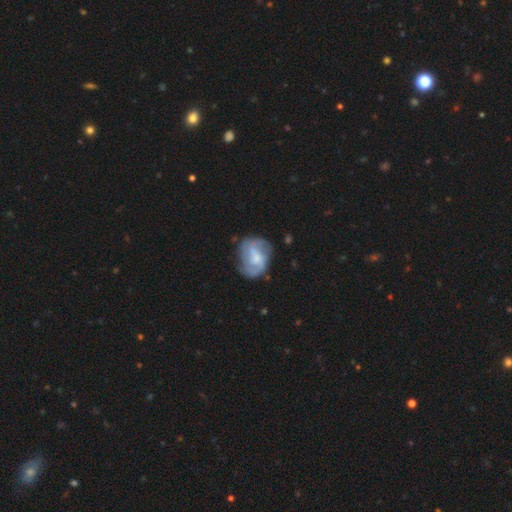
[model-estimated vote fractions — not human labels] Q: Smooth or featured?
A: featured or disk (66%); runner-up: smooth (27%)
Q: Edge-on disk?
A: no (97%); runner-up: yes (3%)
Q: Bar?
A: weak (46%); runner-up: no (42%)
Q: Spiral arms?
A: yes (84%); runner-up: no (16%)
Q: Spiral winding?
A: medium (46%); runner-up: tight (29%)
Q: Spiral arm count?
A: 2 (62%); runner-up: can't tell (20%)
Q: Bulge size?
A: moderate (37%); runner-up: small (36%)
Q: Merging?
A: none (62%); runner-up: minor disturbance (24%)